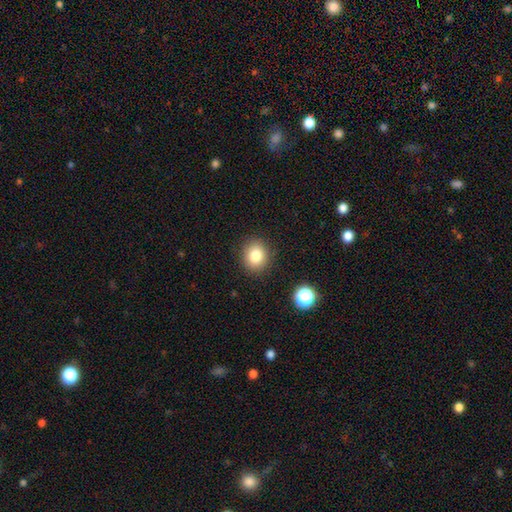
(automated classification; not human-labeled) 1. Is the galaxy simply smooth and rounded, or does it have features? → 81% smooth, 11% star or artifact, 7% featured or disk.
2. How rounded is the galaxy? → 71% round, 28% in between, 1% cigar-shaped.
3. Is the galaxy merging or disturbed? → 88% none, 8% minor disturbance, 3% major disturbance, 1% merger.